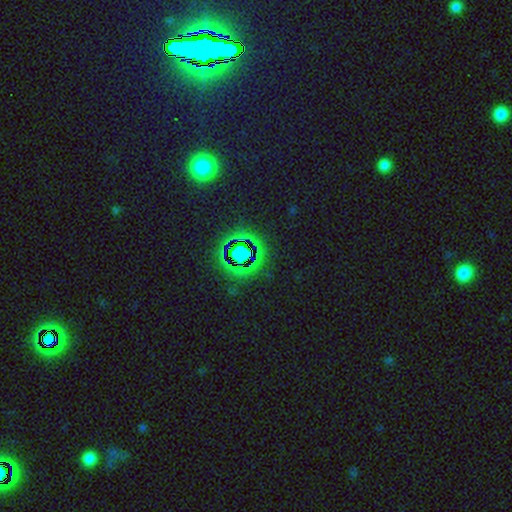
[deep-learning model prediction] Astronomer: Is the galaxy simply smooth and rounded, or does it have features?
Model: star or artifact — 71%.